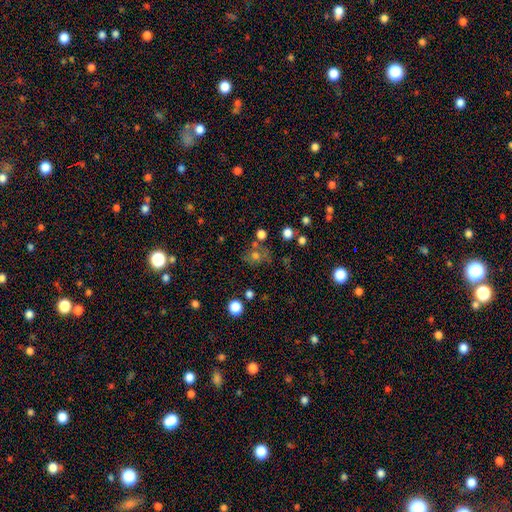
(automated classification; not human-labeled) Q: Smooth or featured?
A: smooth (58%); runner-up: star or artifact (27%)
Q: How rounded?
A: round (72%); runner-up: in between (27%)
Q: Merging?
A: none (62%); runner-up: merger (15%)